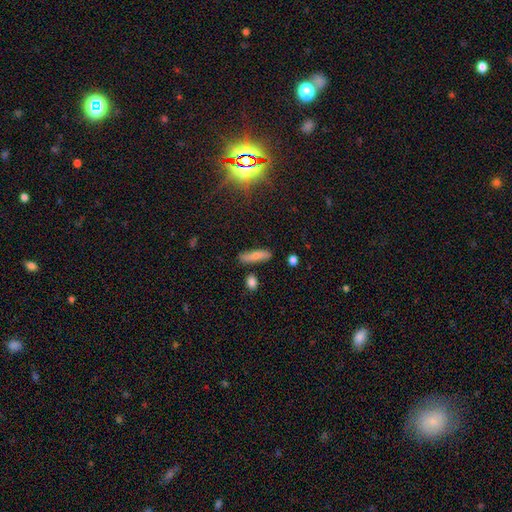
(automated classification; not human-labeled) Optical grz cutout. It shows a smooth galaxy with no disk features (74%) that is cigar-shaped (67%). Merging: none (77%).